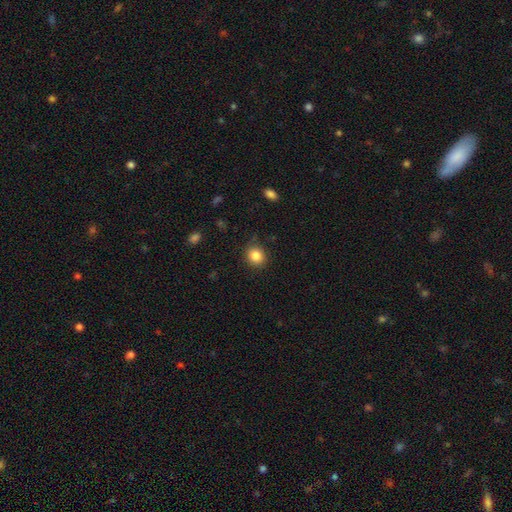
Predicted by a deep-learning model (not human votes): This is clearly a smooth galaxy (85%). How rounded: likely round (77%). Merging: clearly none (86%).